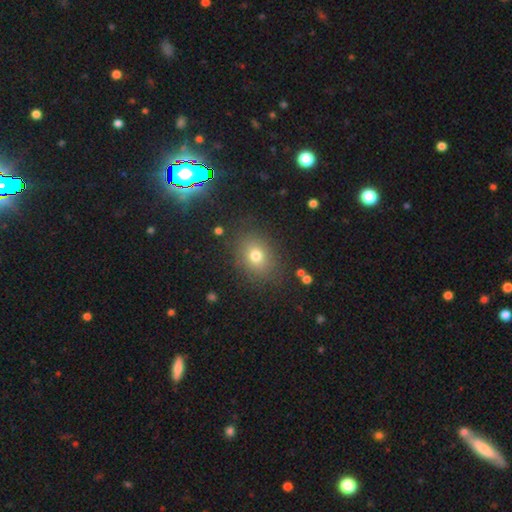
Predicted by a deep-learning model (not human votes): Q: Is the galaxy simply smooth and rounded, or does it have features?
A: smooth — 74%.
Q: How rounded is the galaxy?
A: in between — 52%.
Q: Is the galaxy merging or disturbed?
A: none — 83%.